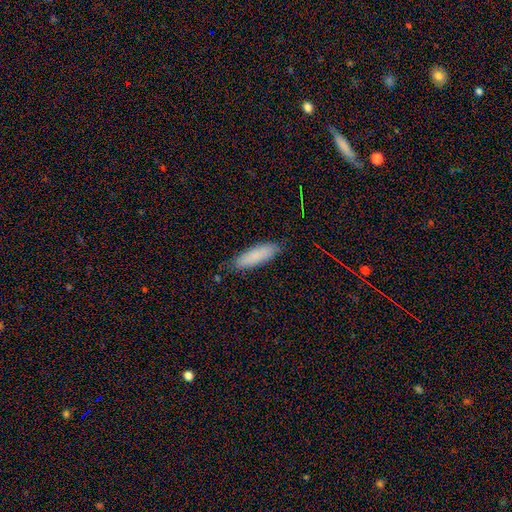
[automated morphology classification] A smooth galaxy with no disk features (85%) that is cigar-shaped (60%). Merging: none (83%).